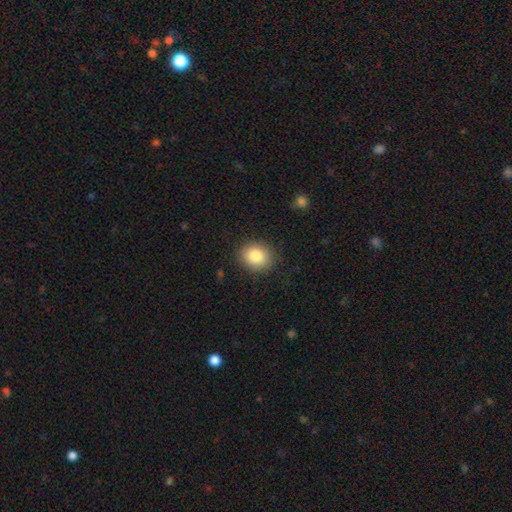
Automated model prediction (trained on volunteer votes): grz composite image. It shows a smooth galaxy with no disk features (83%) that is round (61%). Merging: none (87%).